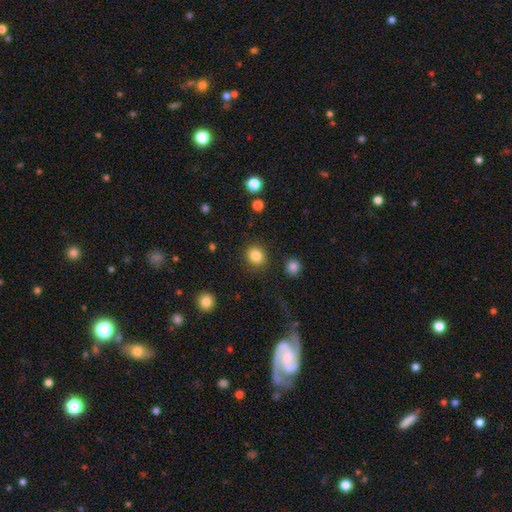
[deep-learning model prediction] This is clearly a smooth galaxy (85%). How rounded: clearly round (82%). Merging: clearly none (88%).